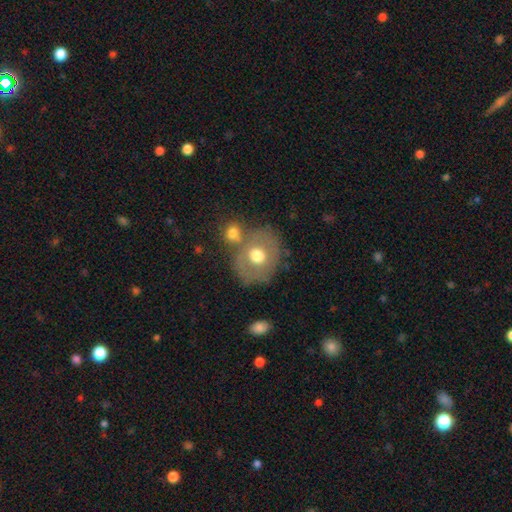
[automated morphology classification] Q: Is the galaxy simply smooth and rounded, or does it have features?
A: smooth — 53%.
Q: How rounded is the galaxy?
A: round — 70%.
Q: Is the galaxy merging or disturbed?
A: none — 60%.